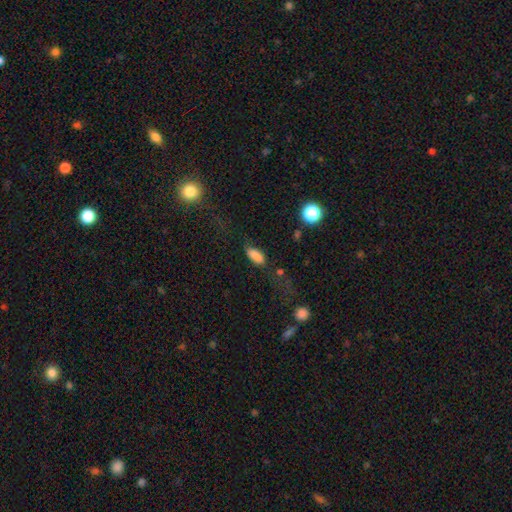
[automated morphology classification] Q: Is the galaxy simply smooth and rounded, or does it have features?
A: smooth — 83%.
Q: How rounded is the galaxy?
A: in between — 83%.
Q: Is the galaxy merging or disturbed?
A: none — 65%.